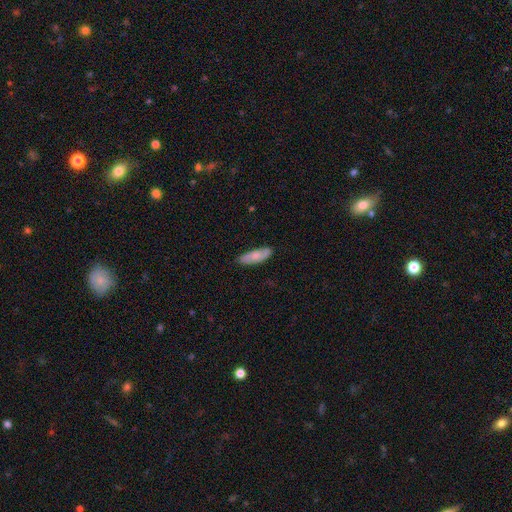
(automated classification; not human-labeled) Q: Smooth or featured?
A: smooth (75%); runner-up: featured or disk (19%)
Q: How rounded?
A: in between (55%); runner-up: cigar-shaped (43%)
Q: Merging?
A: none (80%); runner-up: minor disturbance (16%)